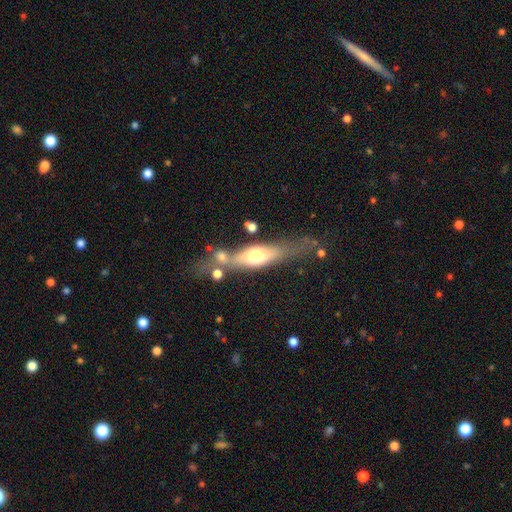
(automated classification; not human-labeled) Smooth or featured? featured or disk (53%)
Edge-on disk? yes (76%)
Merging? none (50%)